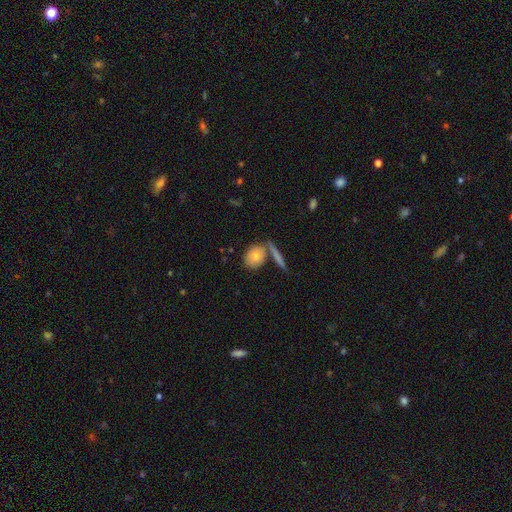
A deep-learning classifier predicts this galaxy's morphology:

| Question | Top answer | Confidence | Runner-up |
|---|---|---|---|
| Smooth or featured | smooth | 75% | featured or disk (17%) |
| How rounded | in between | 49% | round (46%) |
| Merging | none | 60% | merger (24%) |